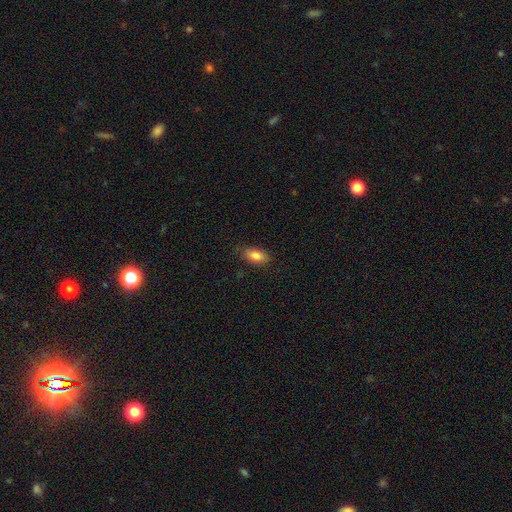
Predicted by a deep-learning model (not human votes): Smooth or featured?
  - smooth: 85% *
  - star or artifact: 8%
  - featured or disk: 7%
How rounded?
  - in between: 88% *
  - cigar-shaped: 8%
  - round: 4%
Merging?
  - none: 82% *
  - minor disturbance: 14%
  - major disturbance: 3%
  - merger: 1%